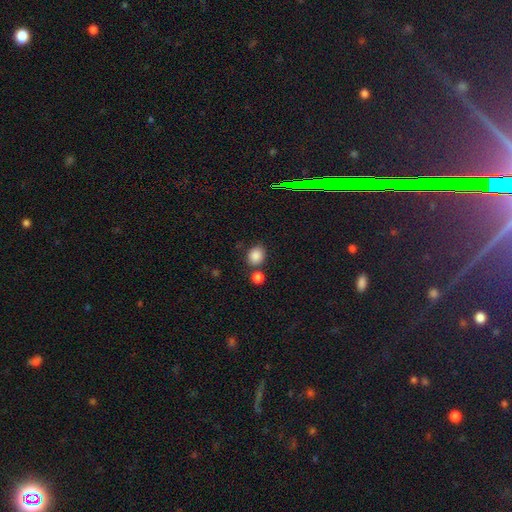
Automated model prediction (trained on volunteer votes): smooth_or_featured: smooth (p=0.85) [alt: star or artifact p=0.11]
how_rounded: round (p=0.60) [alt: in between p=0.39]
merging: none (p=0.68) [alt: merger p=0.17]